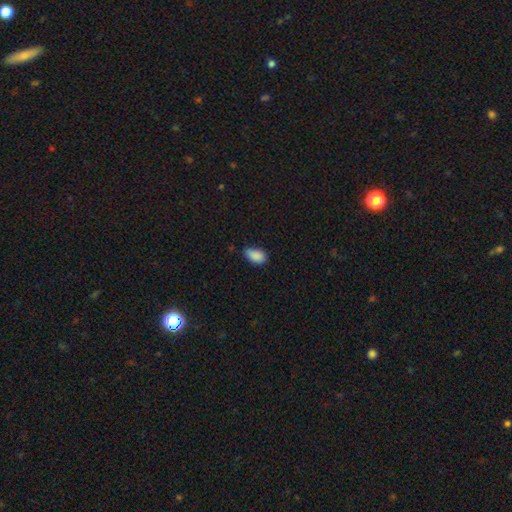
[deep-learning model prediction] smooth_or_featured: smooth (p=0.88) [alt: star or artifact p=0.08]
how_rounded: in between (p=0.91) [alt: round p=0.07]
merging: none (p=0.61) [alt: minor disturbance p=0.32]